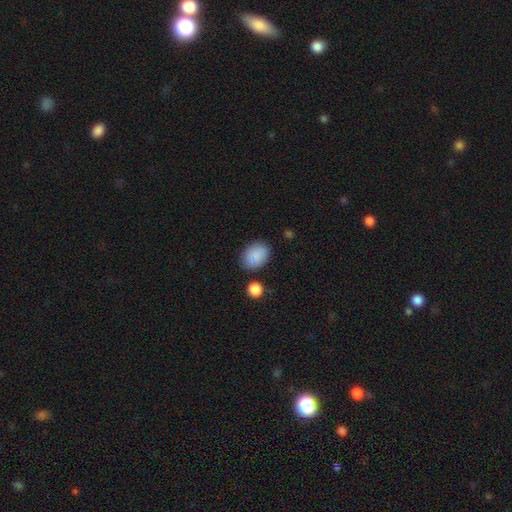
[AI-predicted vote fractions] This is clearly a smooth galaxy (89%). How rounded: likely in between (72%). Merging: likely none (78%).